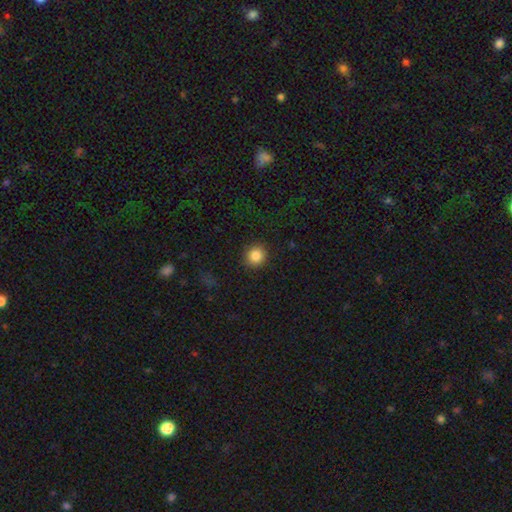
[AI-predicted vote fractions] The model was most divided on "smooth or featured": smooth: 85%, star or artifact: 10%, featured or disk: 5%. More confident: merging — none (91%); how rounded — round (90%).